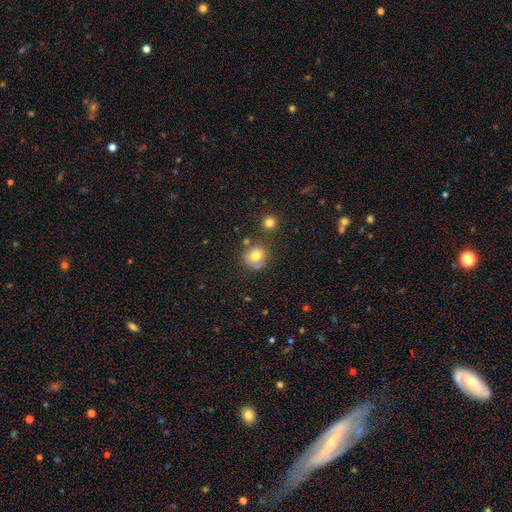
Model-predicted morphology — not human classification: The model was most divided on "smooth or featured": smooth: 64%, featured or disk: 26%, star or artifact: 10%. More confident: how rounded — round (87%); merging — none (61%).